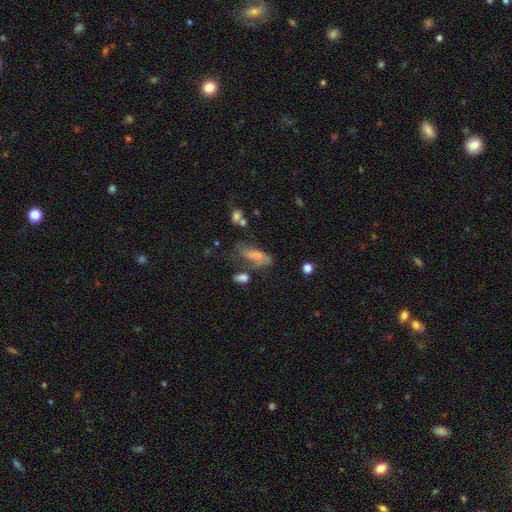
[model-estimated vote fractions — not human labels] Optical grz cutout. It shows a smooth galaxy with no disk features (60%) that is in between round and cigar-shaped (72%). Merging: none (33%).